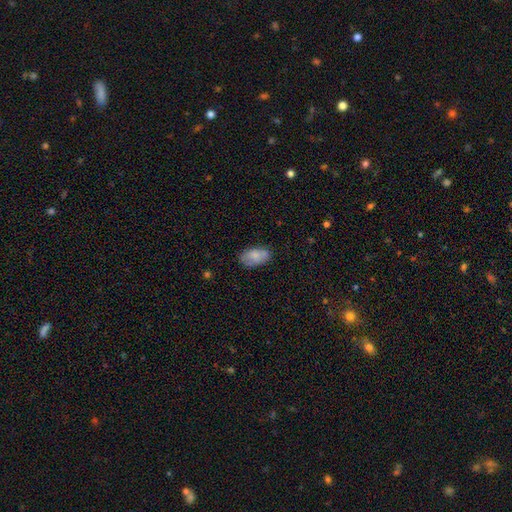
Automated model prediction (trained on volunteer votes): Smooth or featured? Predicted: smooth (p=0.78). How rounded? Predicted: in between (p=0.92). Merging? Predicted: none (p=0.71).